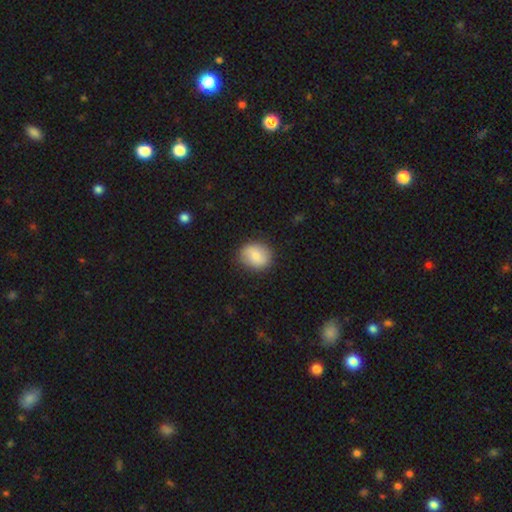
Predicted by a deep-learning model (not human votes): Smooth or featured? smooth (75%)
How rounded? round (70%)
Merging? none (85%)